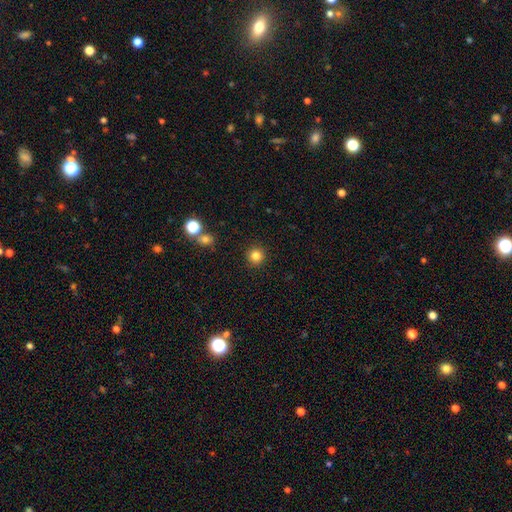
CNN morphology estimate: Smooth or featured? Predicted: smooth (p=0.83). How rounded? Predicted: round (p=0.95). Merging? Predicted: none (p=0.92).